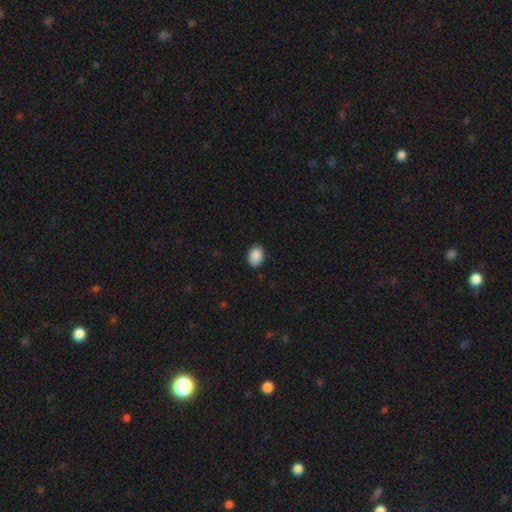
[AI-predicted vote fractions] smooth_or_featured: smooth (p=0.90) [alt: star or artifact p=0.07]
how_rounded: in between (p=0.81) [alt: round p=0.18]
merging: none (p=0.87) [alt: minor disturbance p=0.10]